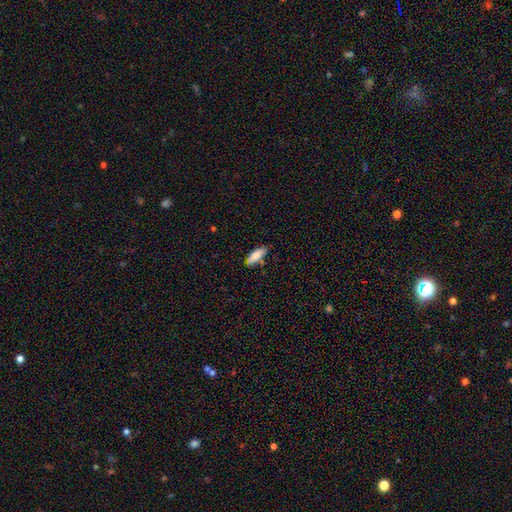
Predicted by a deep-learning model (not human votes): Q: Smooth or featured?
A: smooth (82%); runner-up: featured or disk (12%)
Q: How rounded?
A: in between (62%); runner-up: cigar-shaped (36%)
Q: Merging?
A: none (76%); runner-up: minor disturbance (16%)